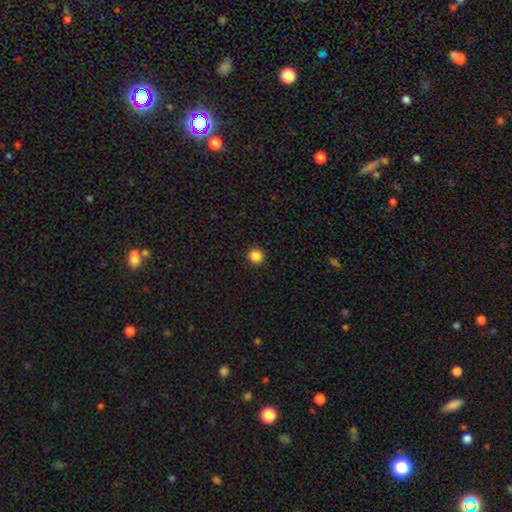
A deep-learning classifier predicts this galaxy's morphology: This appears to be a smooth galaxy with no disk features (86%) that is round (93%). Merging: none (93%).